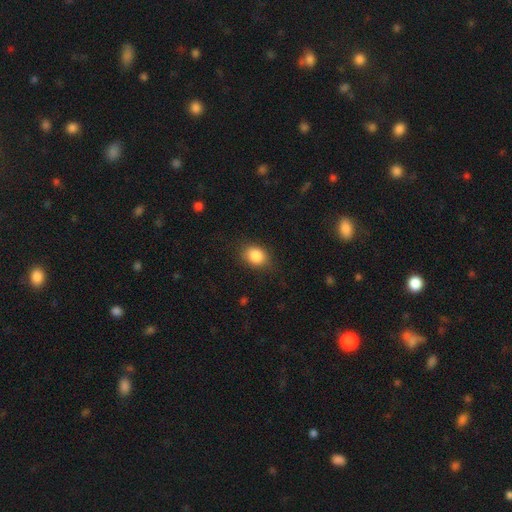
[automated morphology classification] Overall: smooth (86%). How rounded: in between (64%; round 35%). Merging: none (80%).